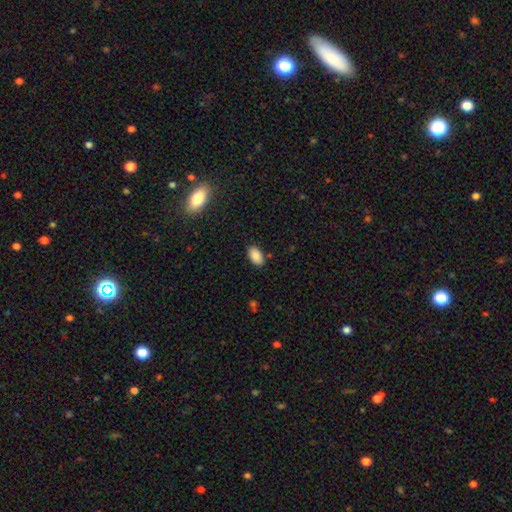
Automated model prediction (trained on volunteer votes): Q: Smooth or featured?
A: smooth (89%); runner-up: star or artifact (8%)
Q: How rounded?
A: in between (94%); runner-up: round (4%)
Q: Merging?
A: none (86%); runner-up: minor disturbance (10%)